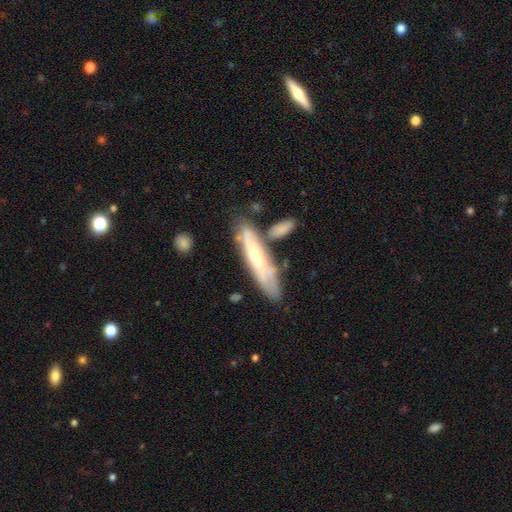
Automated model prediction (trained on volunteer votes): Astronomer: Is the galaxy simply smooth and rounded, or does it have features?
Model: featured or disk — 55% (runner-up: smooth, 39%).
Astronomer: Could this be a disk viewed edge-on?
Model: yes — 54% (runner-up: no, 46%).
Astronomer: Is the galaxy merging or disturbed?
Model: none — 66%.